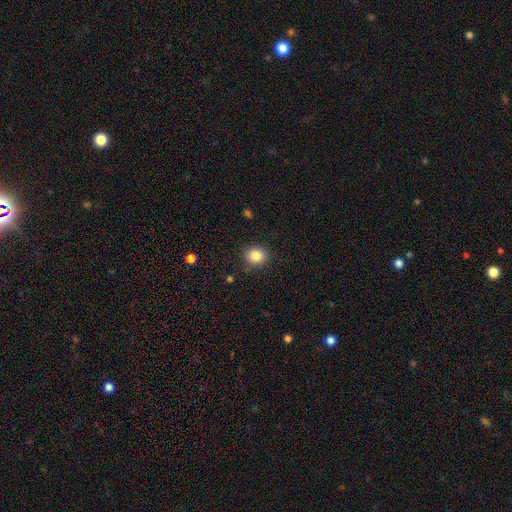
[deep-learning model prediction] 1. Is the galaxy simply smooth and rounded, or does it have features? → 85% smooth, 10% star or artifact, 5% featured or disk.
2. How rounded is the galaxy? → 83% round, 16% in between, 1% cigar-shaped.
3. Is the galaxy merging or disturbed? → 88% none, 9% minor disturbance, 3% major disturbance, 1% merger.